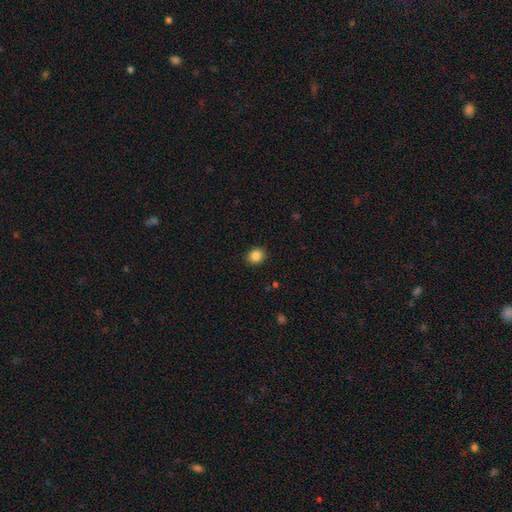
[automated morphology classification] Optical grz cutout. It shows a smooth galaxy with no disk features (86%) that is round (68%). Merging: none (90%).